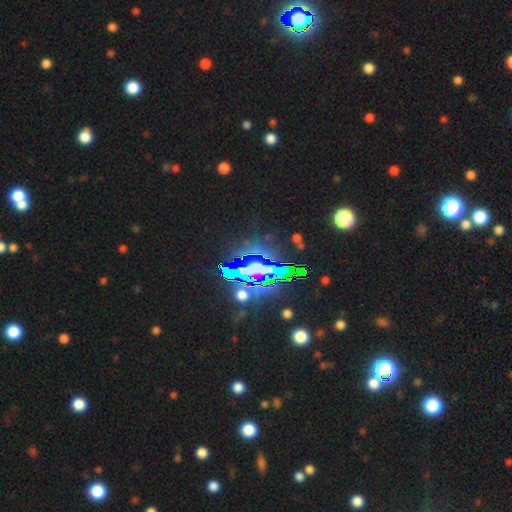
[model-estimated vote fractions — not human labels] This is clearly a star or artifact rather than a galaxy (83%).